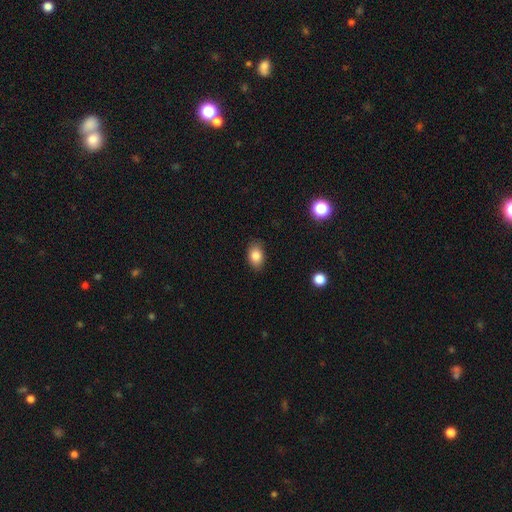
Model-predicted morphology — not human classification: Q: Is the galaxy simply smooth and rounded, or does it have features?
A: smooth — 83%.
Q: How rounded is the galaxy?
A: in between — 83%.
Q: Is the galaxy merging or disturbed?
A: none — 86%.